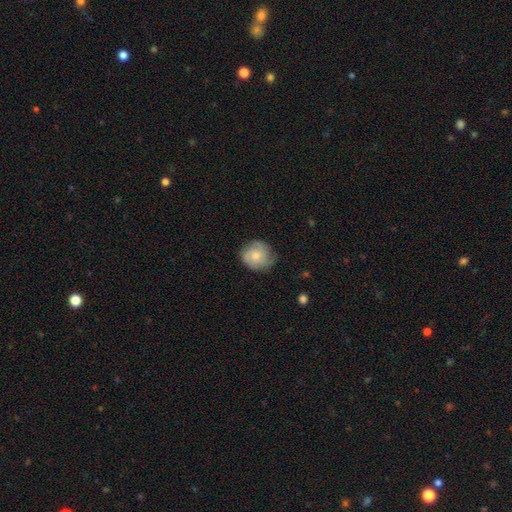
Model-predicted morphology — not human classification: A smooth galaxy with no disk features (54%) that is round (82%).

Vote fractions:
- Smooth or featured? smooth: 54% / featured or disk: 40% / star or artifact: 7%
- How rounded? round: 82% / in between: 17% / cigar-shaped: 1%
- Merging? none: 71% / minor disturbance: 22% / major disturbance: 6% / merger: 1%